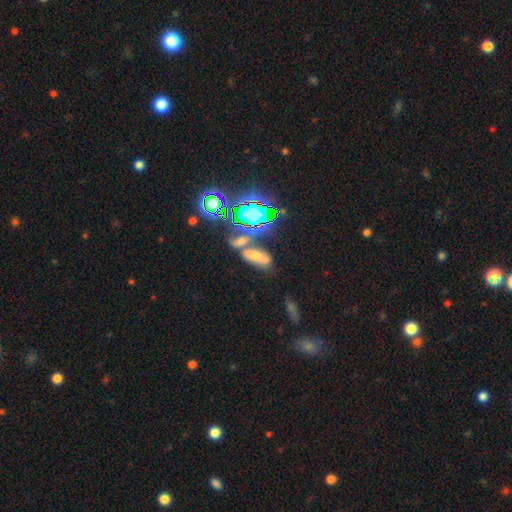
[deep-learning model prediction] smooth-or-featured: smooth: 53% | star or artifact: 30% | featured or disk: 18%
  how-rounded: in between: 69% | cigar-shaped: 22% | round: 9%
  merging: none: 48% | merger: 28% | minor disturbance: 16% | major disturbance: 8%